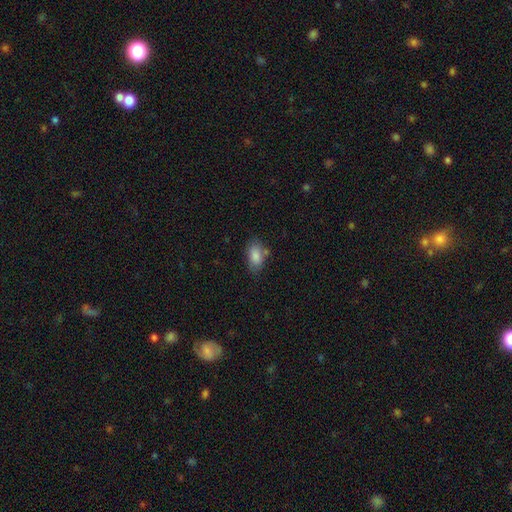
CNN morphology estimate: smooth_or_featured: smooth (p=0.85) [alt: star or artifact p=0.08]
how_rounded: in between (p=0.89) [alt: round p=0.08]
merging: none (p=0.66) [alt: minor disturbance p=0.21]